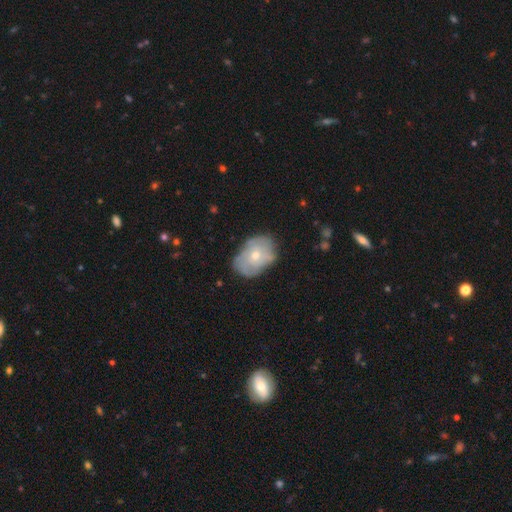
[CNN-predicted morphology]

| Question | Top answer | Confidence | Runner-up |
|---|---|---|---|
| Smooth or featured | featured or disk | 55% | smooth (39%) |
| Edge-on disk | no | 96% | yes (4%) |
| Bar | no | 84% | weak (14%) |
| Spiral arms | yes | 62% | no (38%) |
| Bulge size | moderate | 50% | small (47%) |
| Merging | none | 65% | minor disturbance (26%) |